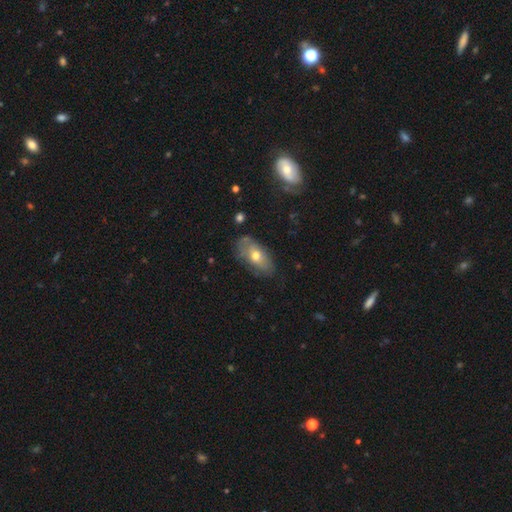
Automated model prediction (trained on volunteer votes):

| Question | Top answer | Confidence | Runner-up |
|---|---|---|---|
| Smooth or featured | smooth | 55% | featured or disk (38%) |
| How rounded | in between | 90% | cigar-shaped (6%) |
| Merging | none | 67% | minor disturbance (24%) |